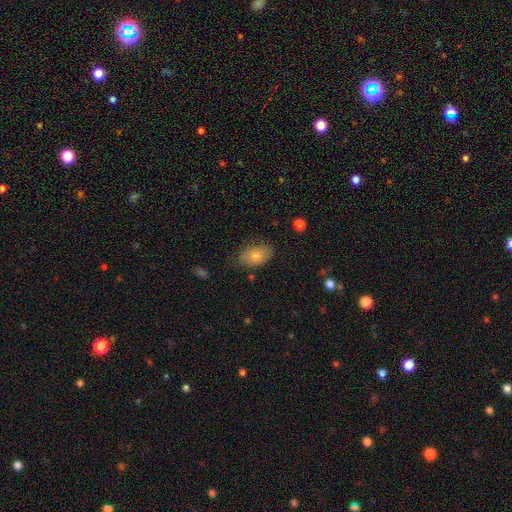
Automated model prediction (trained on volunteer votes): smooth-or-featured: smooth: 74% | featured or disk: 16% | star or artifact: 10%
  how-rounded: in between: 88% | round: 11% | cigar-shaped: 2%
  merging: none: 75% | minor disturbance: 20% | major disturbance: 4% | merger: 1%